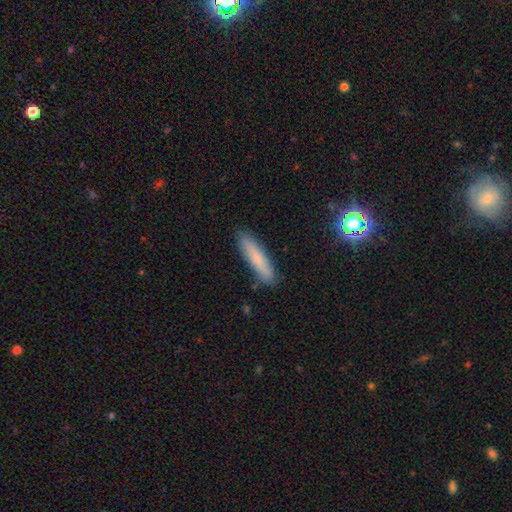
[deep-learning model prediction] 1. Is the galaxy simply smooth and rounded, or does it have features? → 73% smooth, 19% featured or disk, 9% star or artifact.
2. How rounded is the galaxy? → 86% cigar-shaped, 13% in between, 2% round.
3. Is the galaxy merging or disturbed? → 87% none, 10% minor disturbance, 2% major disturbance, 2% merger.